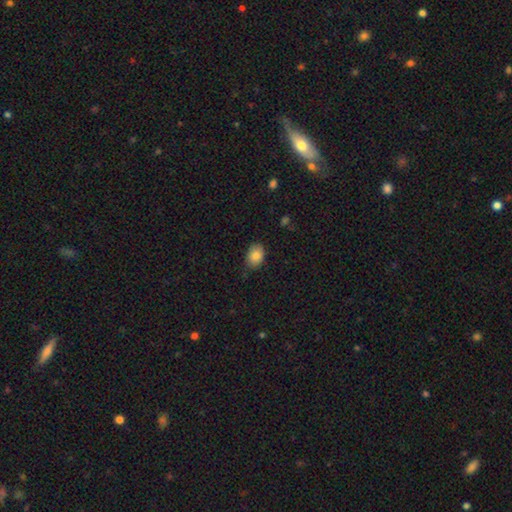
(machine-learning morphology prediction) A smooth galaxy with no disk features (86%) that is in between round and cigar-shaped (79%).

Vote fractions:
- Smooth or featured? smooth: 86% / star or artifact: 8% / featured or disk: 6%
- How rounded? in between: 79% / round: 20% / cigar-shaped: 1%
- Merging? none: 82% / minor disturbance: 14% / major disturbance: 2% / merger: 1%